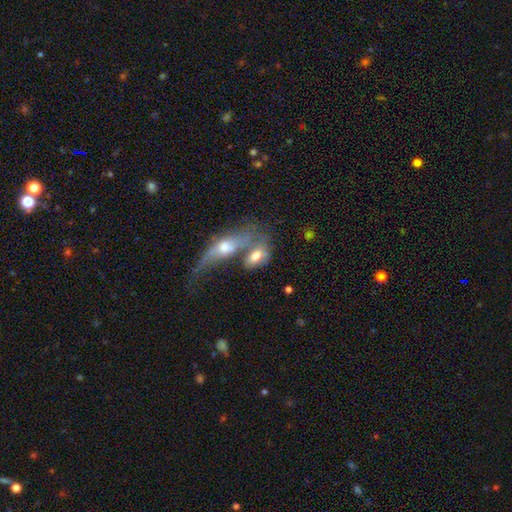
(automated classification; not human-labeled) A smooth galaxy with no disk features (58%) that is in between round and cigar-shaped (81%).

Vote fractions:
- Smooth or featured? smooth: 58% / featured or disk: 32% / star or artifact: 10%
- How rounded? in between: 81% / cigar-shaped: 11% / round: 8%
- Merging? merger: 52% / none: 24% / major disturbance: 12% / minor disturbance: 12%